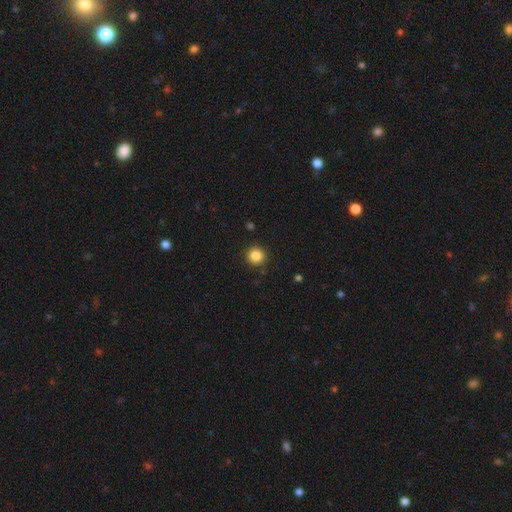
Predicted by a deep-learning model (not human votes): This is clearly a smooth galaxy (85%). How rounded: clearly round (94%). Merging: clearly none (92%).